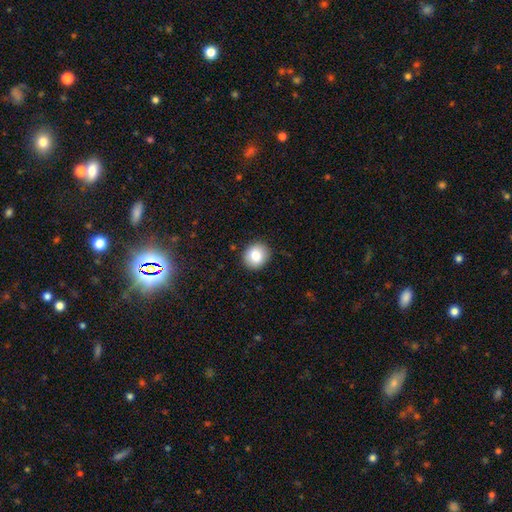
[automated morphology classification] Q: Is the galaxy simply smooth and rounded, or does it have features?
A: smooth — 83%.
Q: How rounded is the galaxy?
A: round — 85%.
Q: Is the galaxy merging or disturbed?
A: none — 90%.